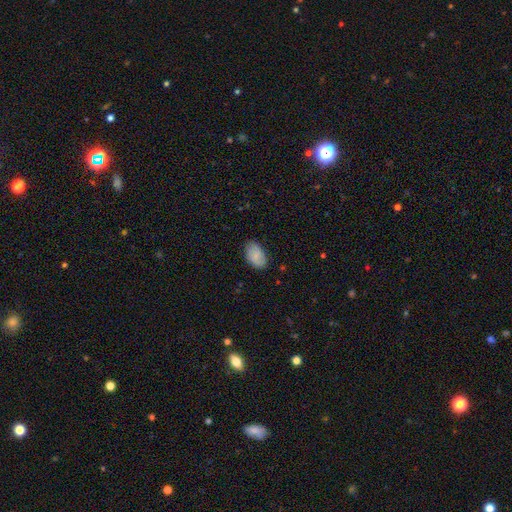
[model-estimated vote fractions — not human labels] smooth 78%, featured or disk 15%, star or artifact 7%. Down the decision tree: how rounded — in between (92%); merging — none (77%).